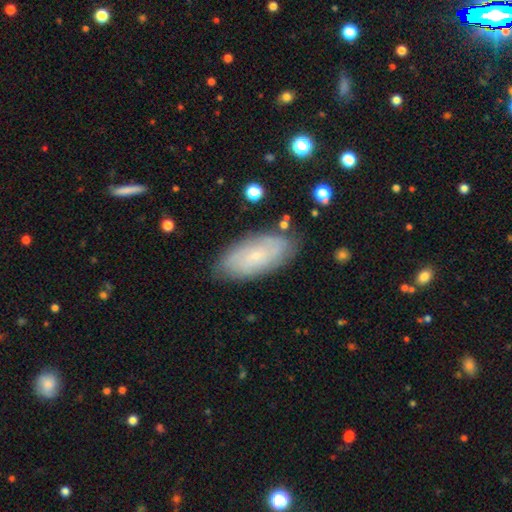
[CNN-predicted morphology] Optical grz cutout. It shows a smooth galaxy with no disk features (48%). Merging: none (80%).